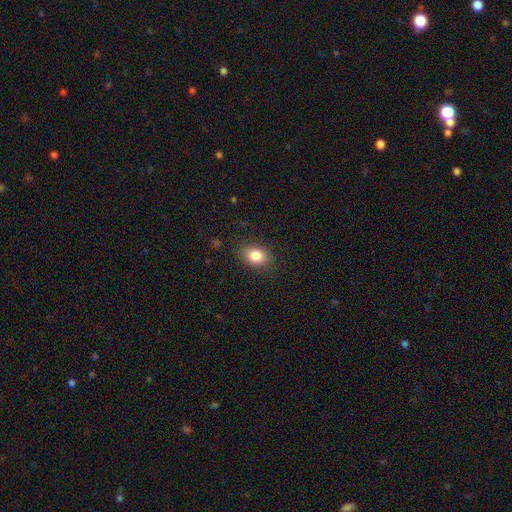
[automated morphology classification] smooth-or-featured: smooth: 83% | star or artifact: 10% | featured or disk: 7%
  how-rounded: in between: 68% | round: 31% | cigar-shaped: 1%
  merging: none: 83% | minor disturbance: 12% | major disturbance: 4% | merger: 1%